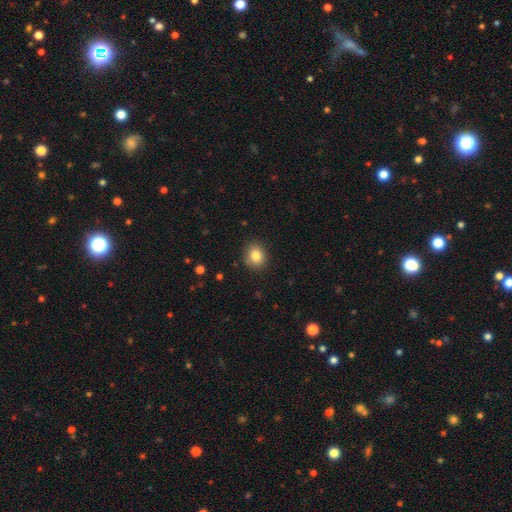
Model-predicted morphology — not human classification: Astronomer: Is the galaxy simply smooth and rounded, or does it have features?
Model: smooth — 84%.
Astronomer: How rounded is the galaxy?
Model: round — 67%.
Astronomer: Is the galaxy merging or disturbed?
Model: none — 87%.